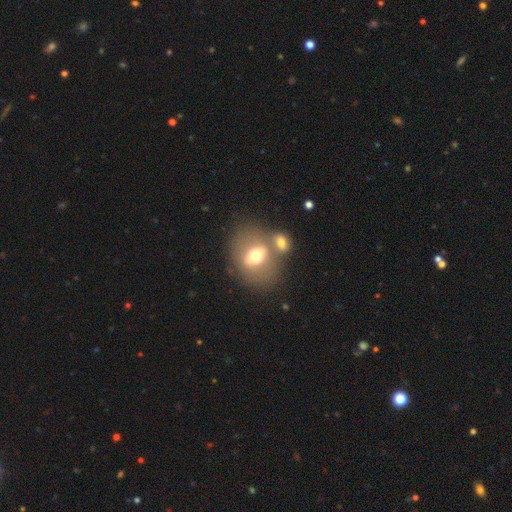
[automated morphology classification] The model was most divided on "merging": none: 44%, merger: 38%, minor disturbance: 11%, major disturbance: 6%. More confident: how rounded — in between (57%); smooth or featured — smooth (57%).